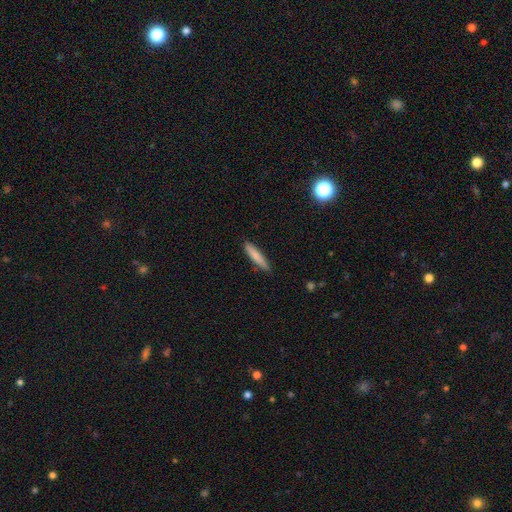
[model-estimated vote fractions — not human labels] This is likely a smooth galaxy (80%). How rounded: clearly cigar-shaped (90%). Merging: clearly none (87%).